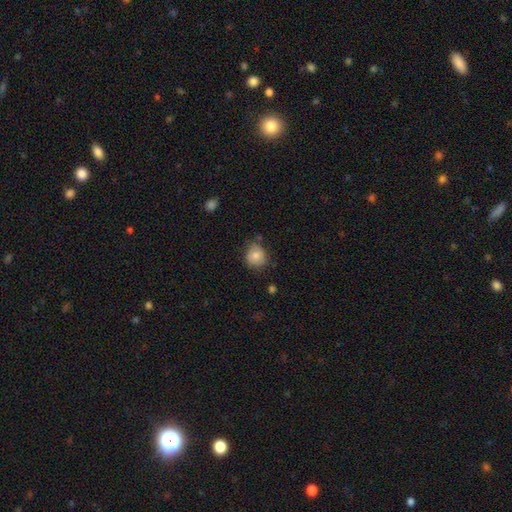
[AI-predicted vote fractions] Morphology: type=smooth (80%); roundness=round (81%); merging=none (70%).